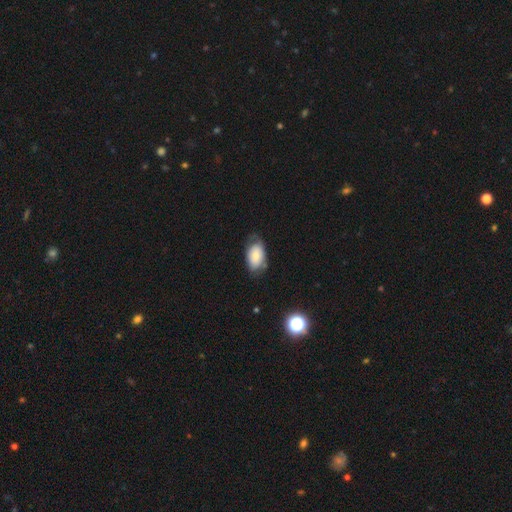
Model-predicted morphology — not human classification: smooth-or-featured: smooth: 66% | featured or disk: 27% | star or artifact: 7%
  how-rounded: in between: 91% | round: 8% | cigar-shaped: 1%
  merging: none: 62% | minor disturbance: 27% | major disturbance: 9% | merger: 2%